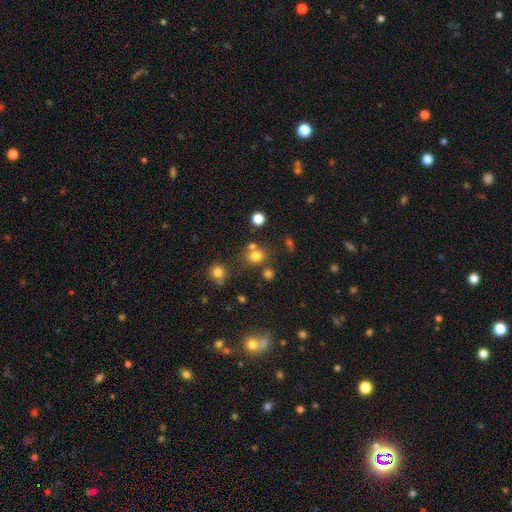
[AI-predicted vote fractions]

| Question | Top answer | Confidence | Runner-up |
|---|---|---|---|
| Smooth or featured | smooth | 74% | star or artifact (18%) |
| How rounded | round | 74% | in between (25%) |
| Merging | none | 63% | merger (20%) |